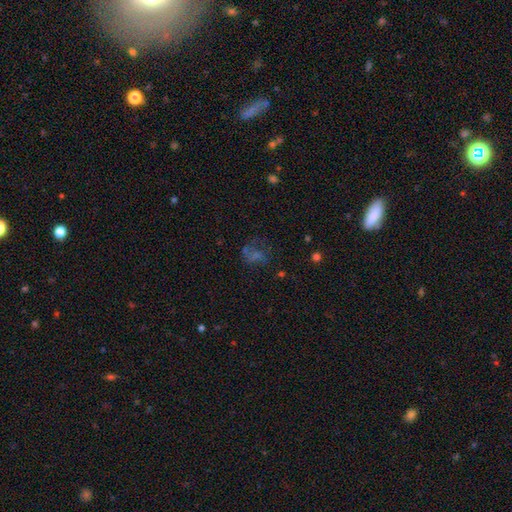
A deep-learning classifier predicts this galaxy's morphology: Smooth or featured: featured or disk — 35% (star or artifact — 33%)
Merging: none — 46% (major disturbance — 30%)